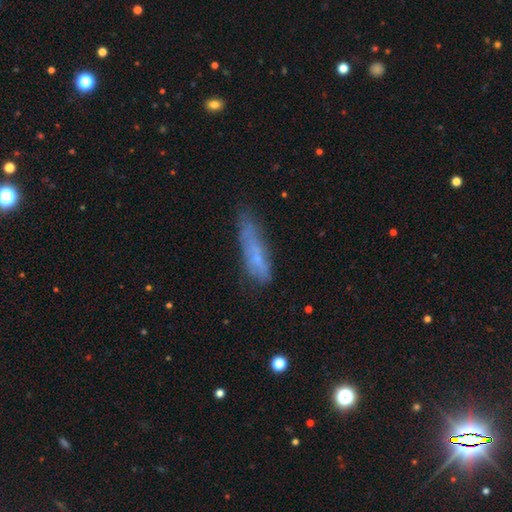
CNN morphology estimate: Overall: smooth (56%; featured or disk 32%). How rounded: cigar-shaped (73%). Merging: none (51%; minor disturbance 31%).